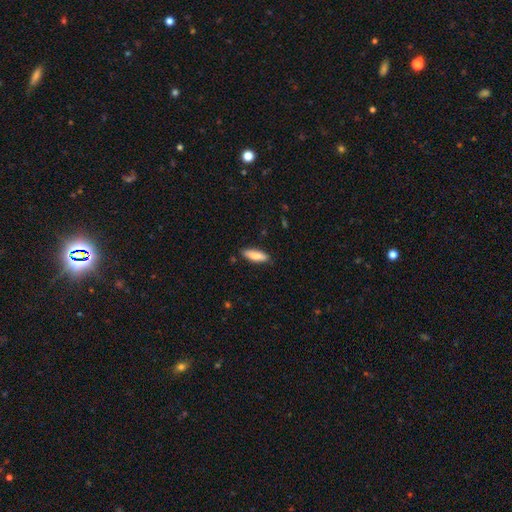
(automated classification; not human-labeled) This appears to be a smooth galaxy with no disk features (83%) that is cigar-shaped (51%). Merging: none (86%).